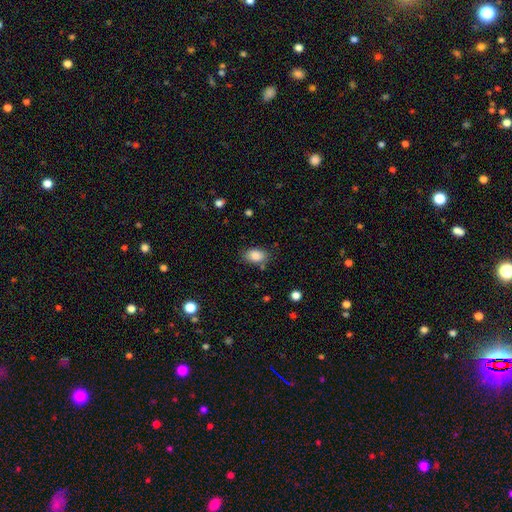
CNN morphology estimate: This is clearly a smooth galaxy (87%). How rounded: clearly in between (84%). Merging: likely none (78%).